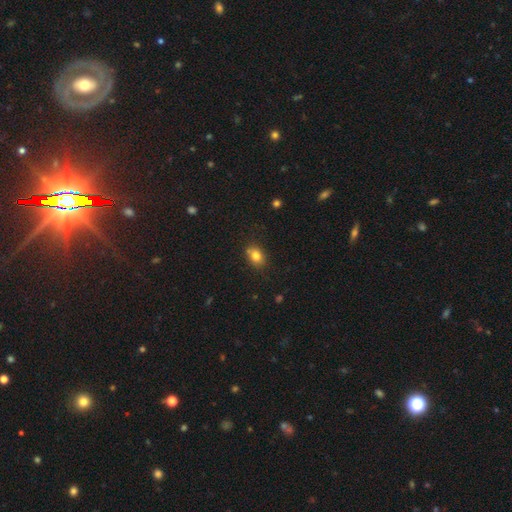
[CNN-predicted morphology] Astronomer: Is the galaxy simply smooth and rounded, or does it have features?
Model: smooth — 80%.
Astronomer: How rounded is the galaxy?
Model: in between — 56% (runner-up: round, 43%).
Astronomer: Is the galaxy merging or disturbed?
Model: none — 71%.